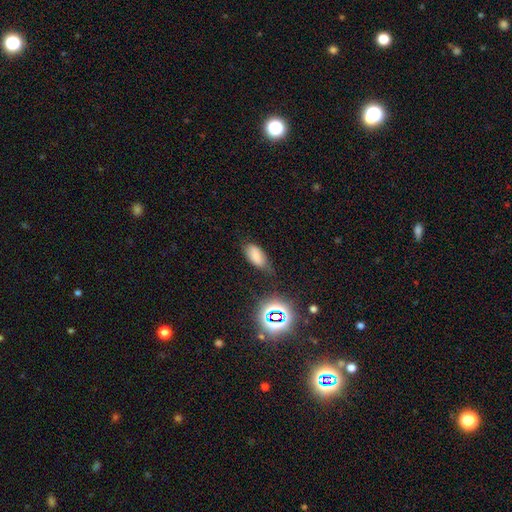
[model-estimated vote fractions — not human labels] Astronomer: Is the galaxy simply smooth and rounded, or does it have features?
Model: smooth — 75%.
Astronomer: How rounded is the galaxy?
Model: in between — 90%.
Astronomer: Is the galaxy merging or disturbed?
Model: none — 58%.